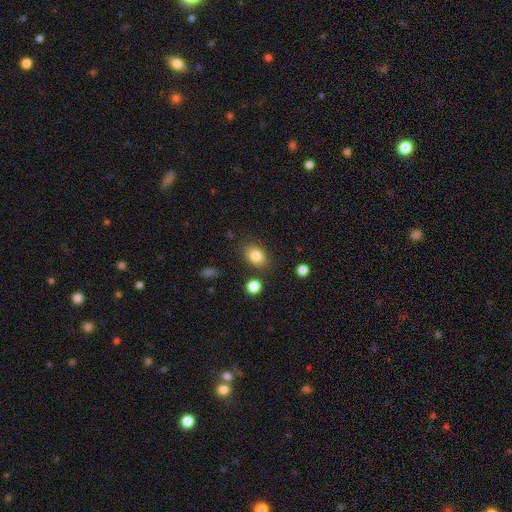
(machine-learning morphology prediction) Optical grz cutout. It shows a smooth galaxy with no disk features (82%) that is in between round and cigar-shaped (77%). Merging: none (80%).